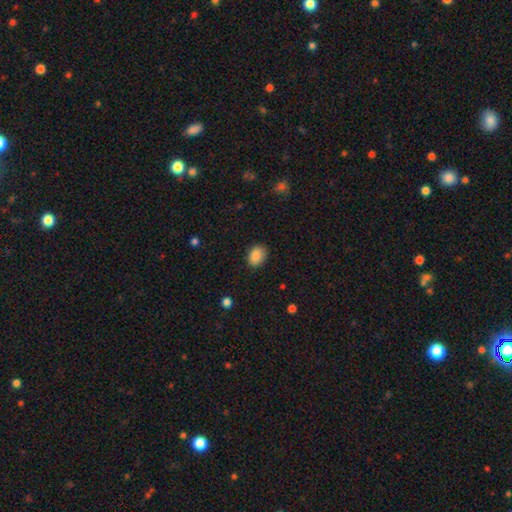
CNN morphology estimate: Smooth or featured: smooth — 86% (star or artifact — 8%)
How rounded: in between — 70% (round — 29%)
Merging: none — 84% (minor disturbance — 13%)